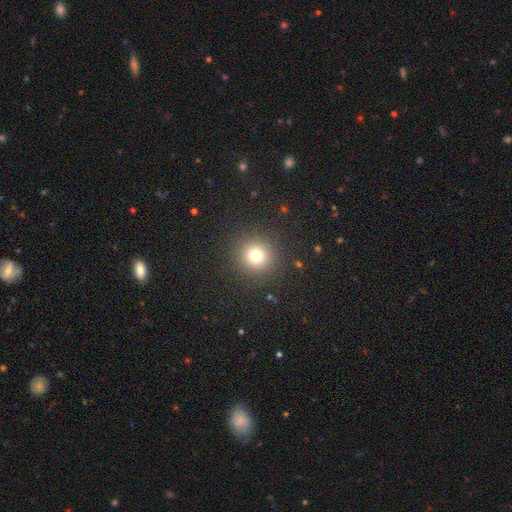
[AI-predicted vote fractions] Smooth or featured: smooth — 75% (star or artifact — 17%)
How rounded: round — 94% (in between — 5%)
Merging: none — 90% (minor disturbance — 6%)